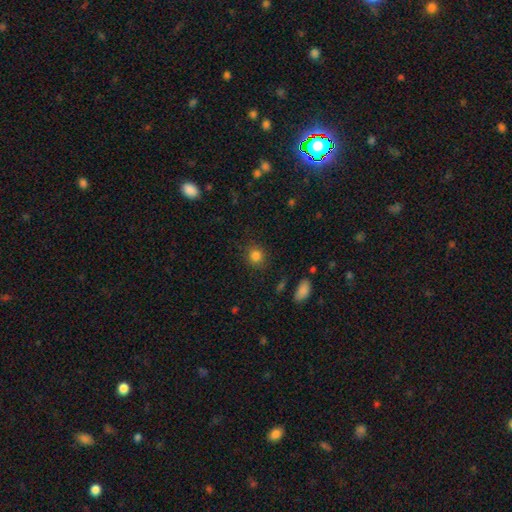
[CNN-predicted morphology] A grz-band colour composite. It shows a smooth galaxy with no disk features (83%) that is round (81%). Merging: none (87%).